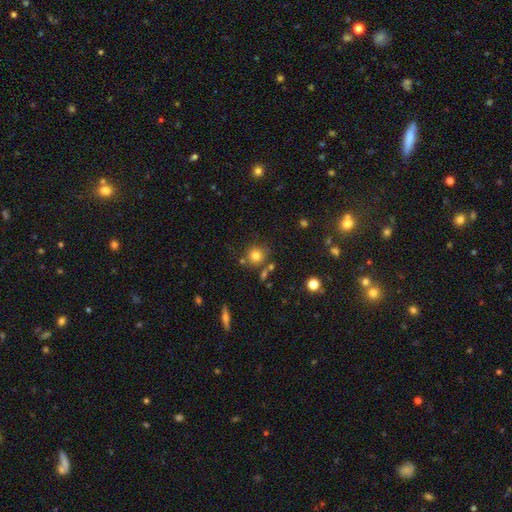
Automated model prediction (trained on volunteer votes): A smooth galaxy with no disk features (77%) that is round (88%). Merging: none (71%).